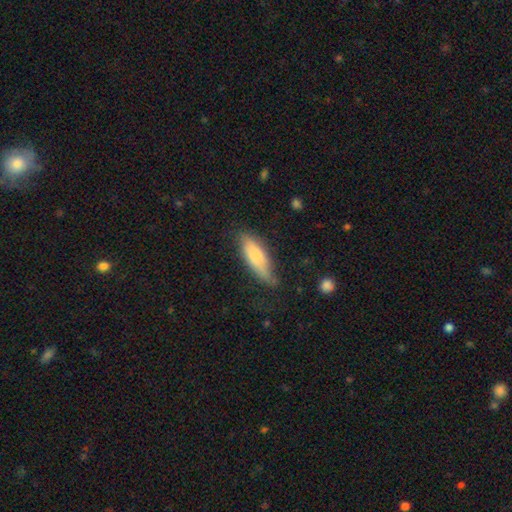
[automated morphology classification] Overall: smooth (72%). How rounded: in between (56%; cigar-shaped 42%). Merging: none (61%; minor disturbance 29%).